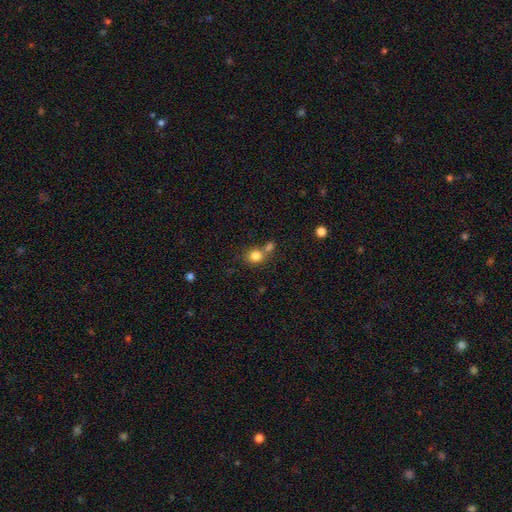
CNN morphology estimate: Smooth or featured? Predicted: smooth (p=0.83). How rounded? Predicted: round (p=0.80). Merging? Predicted: none (p=0.50).